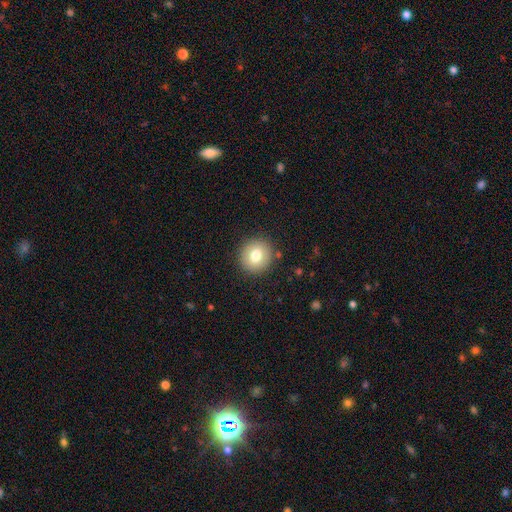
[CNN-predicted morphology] Smooth or featured: smooth — 76% (featured or disk — 14%)
How rounded: round — 90% (in between — 10%)
Merging: none — 89% (minor disturbance — 7%)